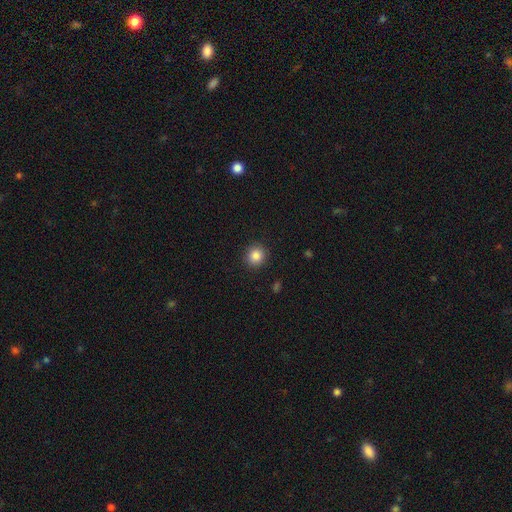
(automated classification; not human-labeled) A smooth galaxy with no disk features (85%) that is round (90%). Merging: none (91%).